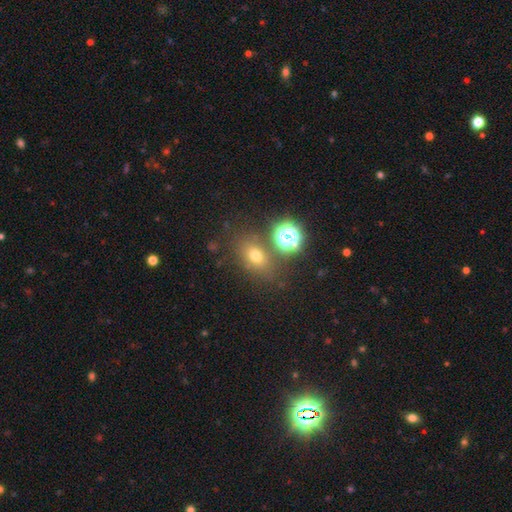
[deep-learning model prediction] smooth 65%, star or artifact 22%, featured or disk 13%. Down the decision tree: how rounded — in between (60%); merging — none (74%).